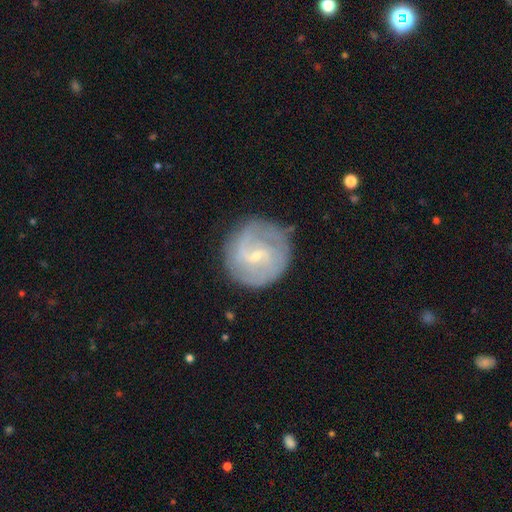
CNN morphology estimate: Smooth or featured: featured or disk — 75% (smooth — 19%)
Edge-on disk: no — 97% (yes — 3%)
Bar: weak — 56% (no — 28%)
Spiral arms: yes — 87% (no — 13%)
Spiral winding: medium — 43% (tight — 37%)
Spiral arm count: 2 — 59% (can't tell — 23%)
Bulge size: small — 79% (moderate — 17%)
Merging: none — 79% (minor disturbance — 14%)